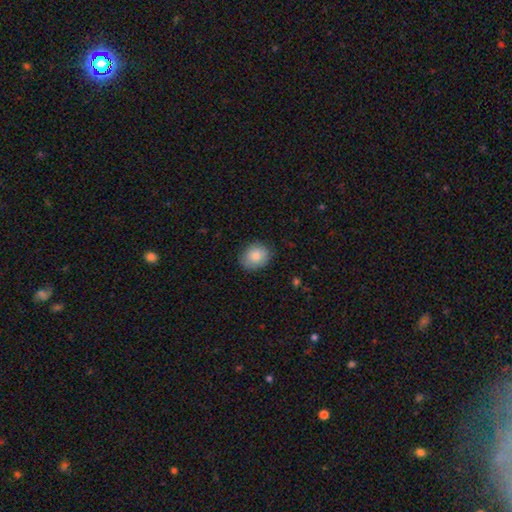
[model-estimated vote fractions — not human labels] Morphology: type=smooth (82%); roundness=round (58%); merging=none (84%).